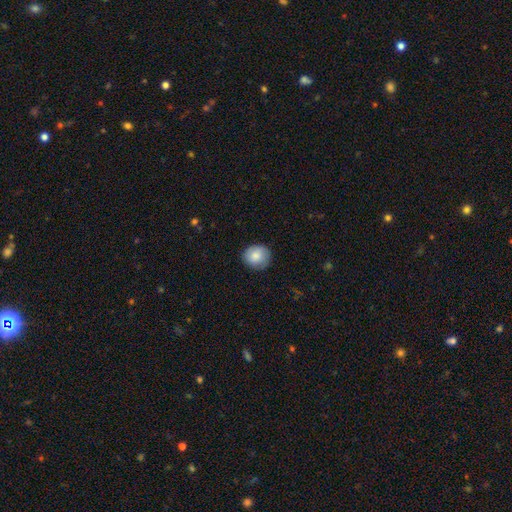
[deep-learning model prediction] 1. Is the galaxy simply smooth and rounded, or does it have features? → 83% smooth, 10% featured or disk, 7% star or artifact.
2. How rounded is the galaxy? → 82% round, 17% in between, 1% cigar-shaped.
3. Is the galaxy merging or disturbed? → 83% none, 14% minor disturbance, 3% major disturbance, 1% merger.